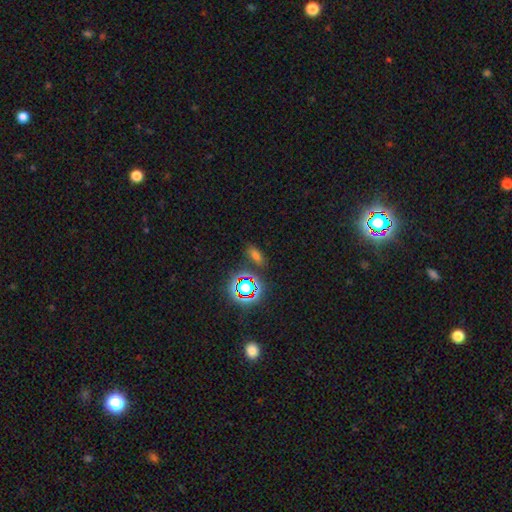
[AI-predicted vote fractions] Smooth or featured?
  - smooth: 59% *
  - star or artifact: 33%
  - featured or disk: 9%
How rounded?
  - in between: 74% *
  - cigar-shaped: 15%
  - round: 11%
Merging?
  - none: 76% *
  - minor disturbance: 13%
  - merger: 7%
  - major disturbance: 5%